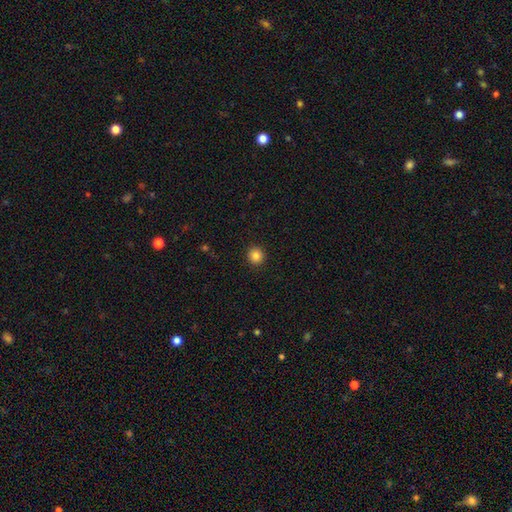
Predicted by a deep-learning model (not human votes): A smooth galaxy with no disk features (85%) that is round (92%).

Vote fractions:
- Smooth or featured? smooth: 85% / star or artifact: 11% / featured or disk: 4%
- How rounded? round: 92% / in between: 7% / cigar-shaped: 1%
- Merging? none: 92% / minor disturbance: 5% / major disturbance: 2% / merger: 1%